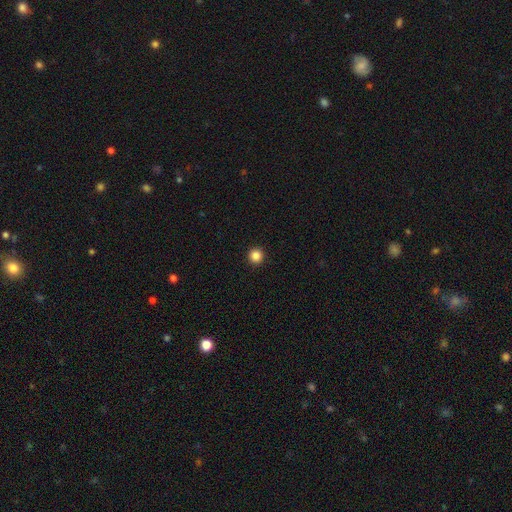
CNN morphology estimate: Smooth or featured? smooth (86%)
How rounded? round (96%)
Merging? none (94%)